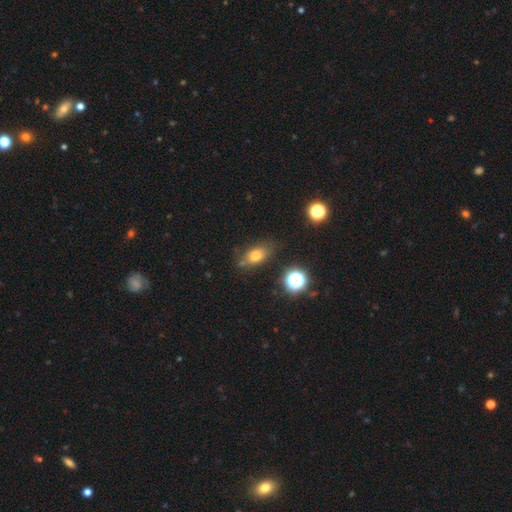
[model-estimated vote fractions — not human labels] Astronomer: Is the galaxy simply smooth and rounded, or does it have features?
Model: smooth — 73%.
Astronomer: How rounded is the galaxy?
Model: in between — 76%.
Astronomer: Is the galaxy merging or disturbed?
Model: none — 68%.